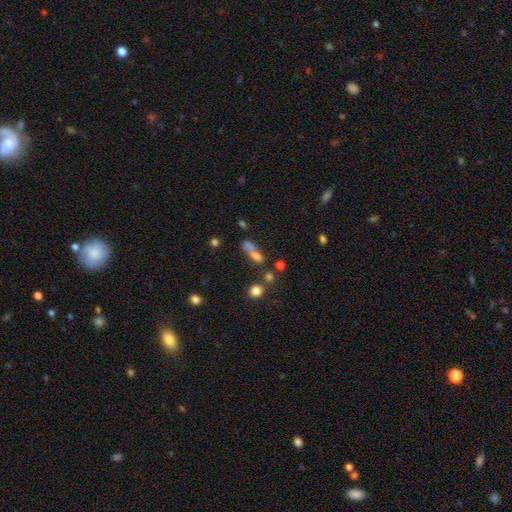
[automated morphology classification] Q: Smooth or featured?
A: smooth (61%); runner-up: featured or disk (22%)
Q: How rounded?
A: in between (52%); runner-up: cigar-shaped (27%)
Q: Merging?
A: merger (47%); runner-up: none (29%)